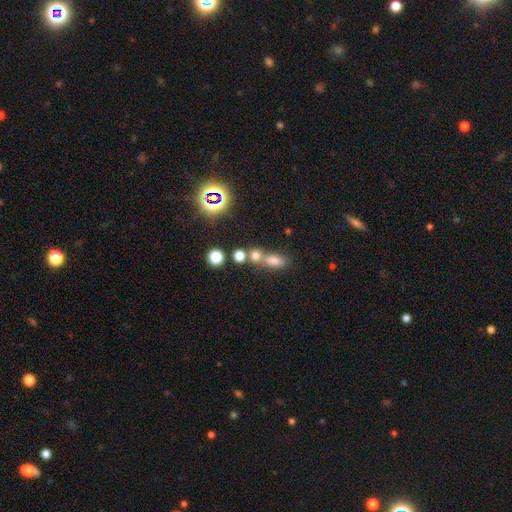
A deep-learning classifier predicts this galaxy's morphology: The model was most divided on "how rounded": round: 51%, in between: 44%, cigar-shaped: 6%. Remaining: smooth or featured — smooth (68%); merging — merger (48%).